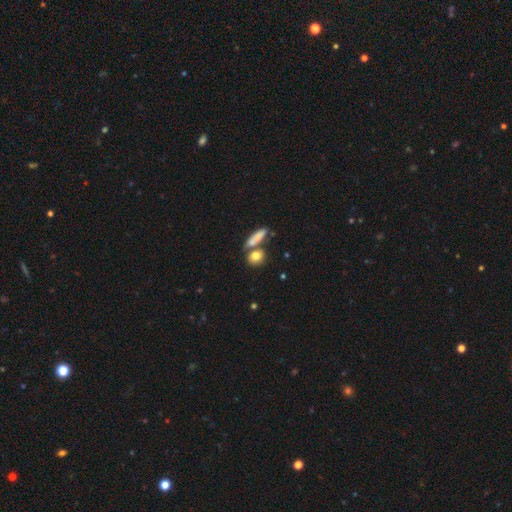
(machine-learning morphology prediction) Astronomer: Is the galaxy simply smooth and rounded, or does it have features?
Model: smooth — 80%.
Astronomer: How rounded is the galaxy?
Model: round — 48% (runner-up: in between, 41%).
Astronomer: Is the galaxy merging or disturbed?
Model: none — 53% (runner-up: merger, 32%).